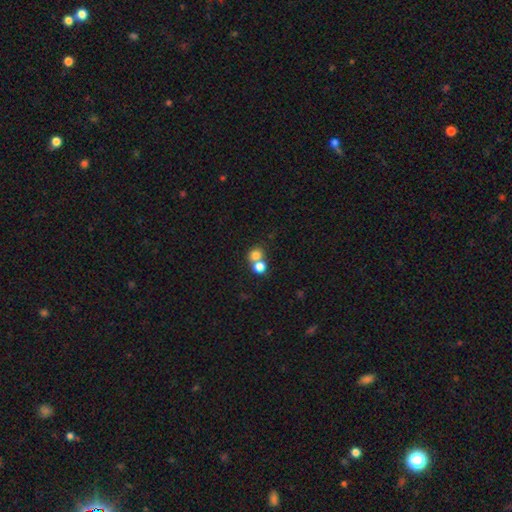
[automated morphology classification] This appears to be a smooth galaxy with no disk features (77%) that is round (78%). Merging: merger (51%).